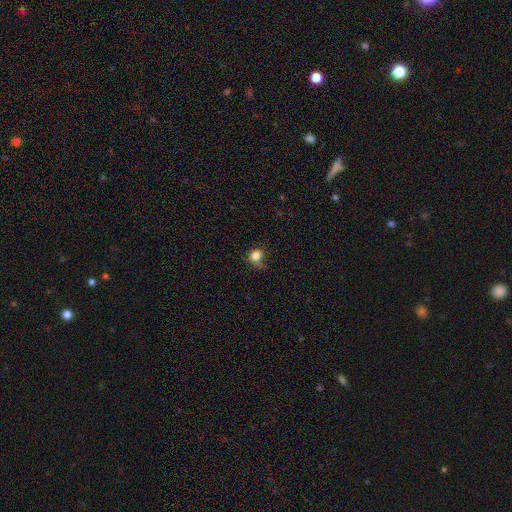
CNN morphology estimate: Overall: smooth (81%). How rounded: round (68%; in between 31%). Merging: none (51%; minor disturbance 31%).